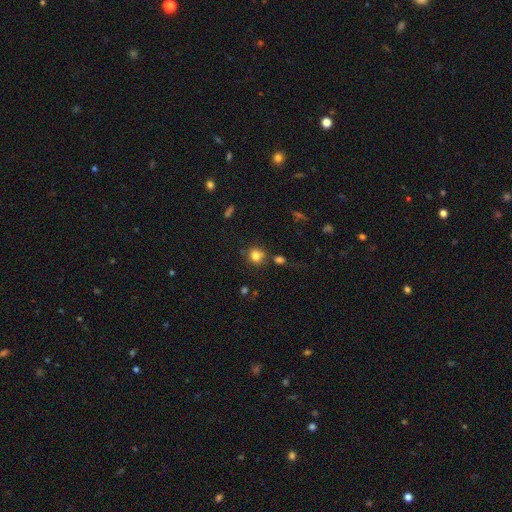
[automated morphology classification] Smooth or featured?
  - smooth: 79% *
  - star or artifact: 13%
  - featured or disk: 8%
How rounded?
  - round: 75% *
  - in between: 24%
  - cigar-shaped: 1%
Merging?
  - none: 66% *
  - merger: 15%
  - minor disturbance: 14%
  - major disturbance: 5%